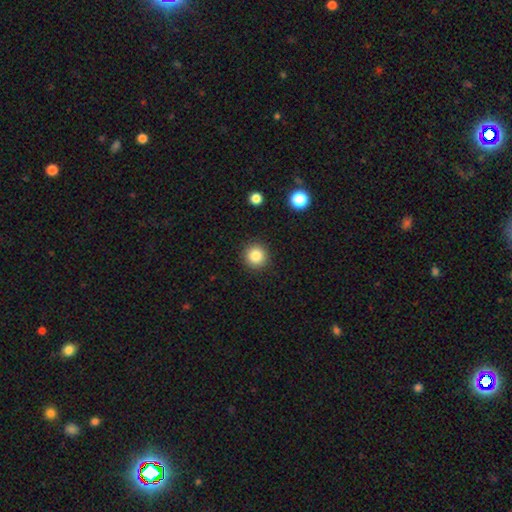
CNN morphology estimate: Smooth or featured?
  - smooth: 84% *
  - star or artifact: 10%
  - featured or disk: 5%
How rounded?
  - round: 94% *
  - in between: 5%
  - cigar-shaped: 1%
Merging?
  - none: 91% *
  - minor disturbance: 6%
  - major disturbance: 2%
  - merger: 1%